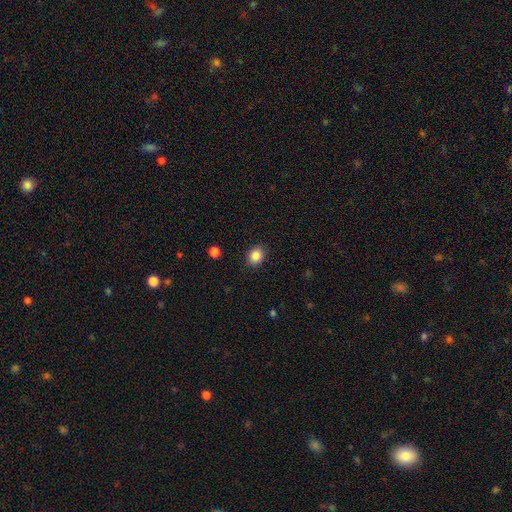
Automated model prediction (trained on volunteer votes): smooth_or_featured: smooth (p=0.86) [alt: star or artifact p=0.09]
how_rounded: round (p=0.56) [alt: in between p=0.43]
merging: none (p=0.88) [alt: minor disturbance p=0.09]